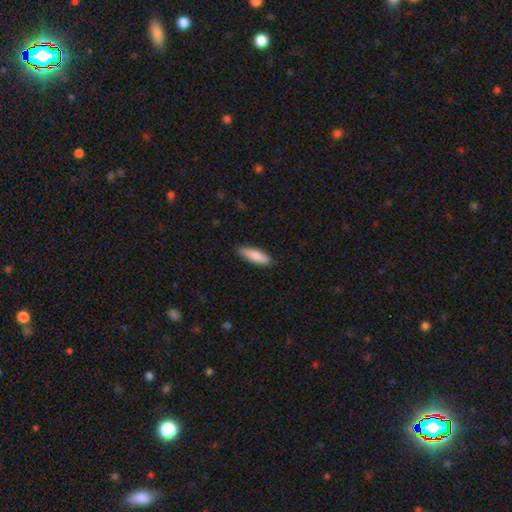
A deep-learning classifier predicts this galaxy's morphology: This is clearly a smooth galaxy (87%). How rounded: possibly cigar-shaped (52%). Merging: clearly none (86%).